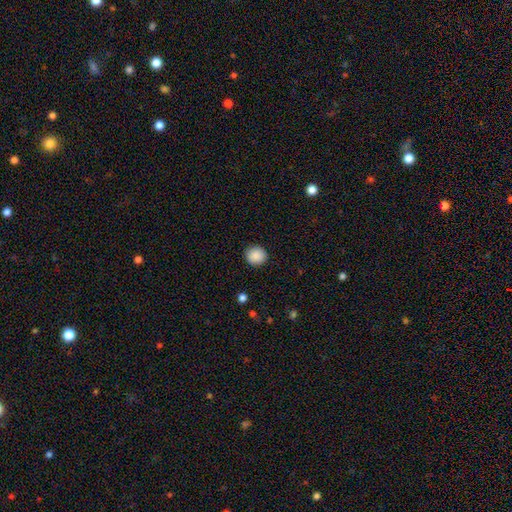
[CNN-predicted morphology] smooth-or-featured: smooth: 88% | star or artifact: 8% | featured or disk: 3%
  how-rounded: round: 90% | in between: 9% | cigar-shaped: 1%
  merging: none: 92% | minor disturbance: 6% | major disturbance: 2% | merger: 1%